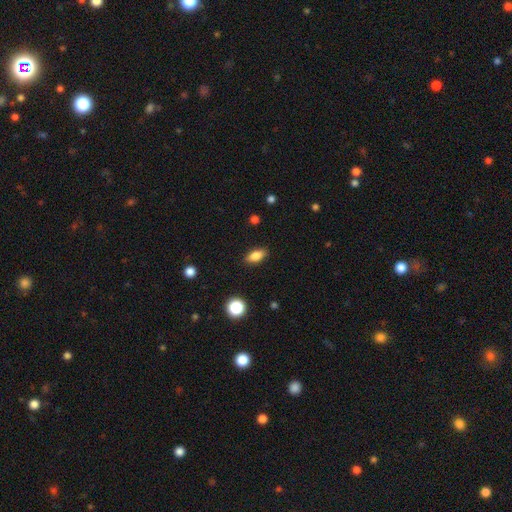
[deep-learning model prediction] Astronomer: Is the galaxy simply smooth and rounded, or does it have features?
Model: smooth — 82%.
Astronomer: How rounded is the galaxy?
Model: in between — 84%.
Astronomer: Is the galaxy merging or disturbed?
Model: none — 87%.